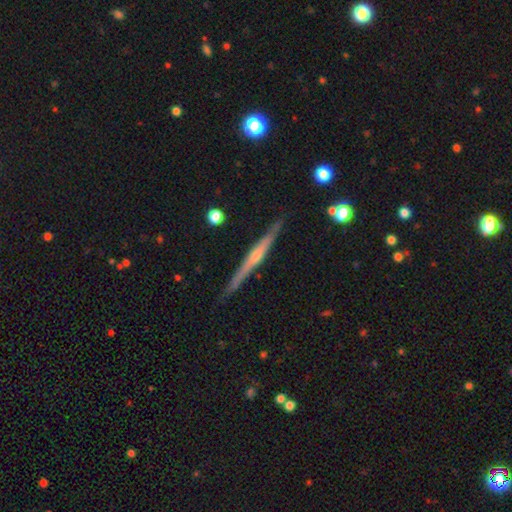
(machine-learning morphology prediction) Smooth or featured?
  - featured or disk: 75% *
  - smooth: 20%
  - star or artifact: 6%
Edge-on disk?
  - yes: 98% *
  - no: 2%
Edge-on bulge?
  - rounded: 68% *
  - none: 25%
  - boxy: 7%
Merging?
  - none: 89% *
  - minor disturbance: 8%
  - major disturbance: 1%
  - merger: 1%